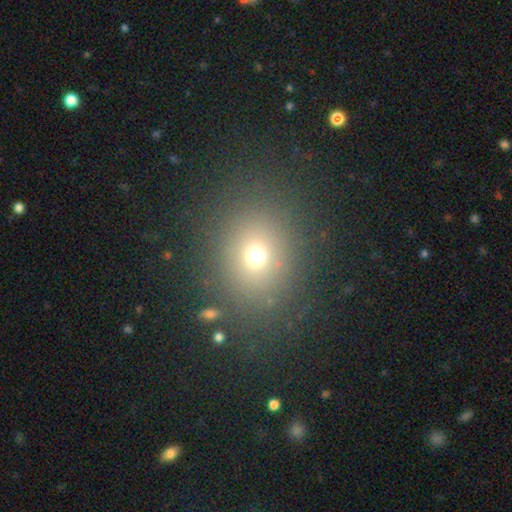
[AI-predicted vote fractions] This appears to be a smooth galaxy with no disk features (69%) that is round (65%). Merging: none (84%).